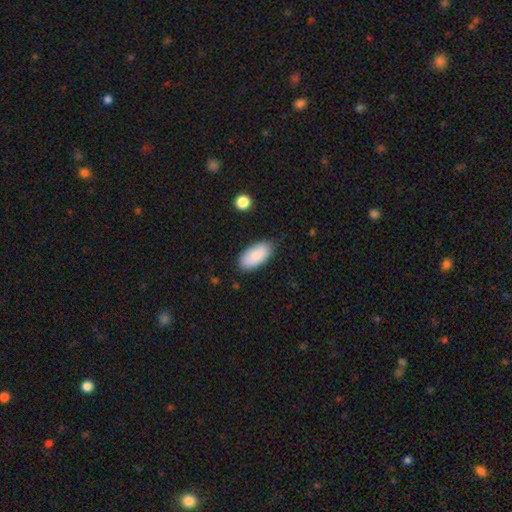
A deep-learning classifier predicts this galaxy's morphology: Smooth or featured? Predicted: smooth (p=0.87). How rounded? Predicted: in between (p=0.94). Merging? Predicted: none (p=0.83).